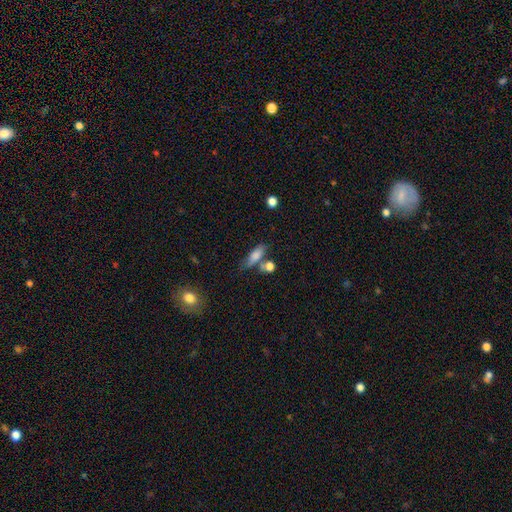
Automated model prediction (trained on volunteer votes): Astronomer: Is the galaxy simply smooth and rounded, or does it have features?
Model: smooth — 76%.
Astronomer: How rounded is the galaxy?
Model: in between — 58% (runner-up: cigar-shaped, 37%).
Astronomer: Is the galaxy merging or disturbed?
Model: none — 53%.